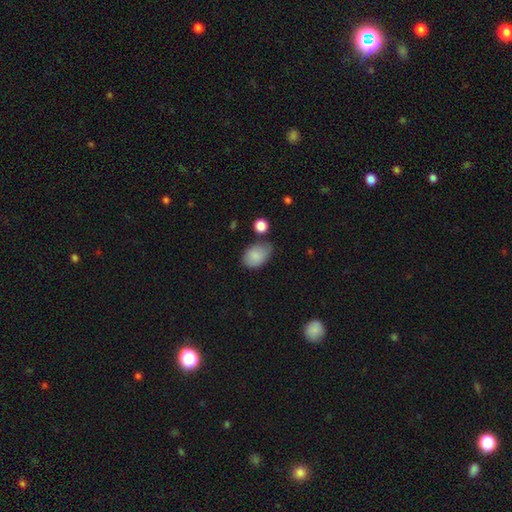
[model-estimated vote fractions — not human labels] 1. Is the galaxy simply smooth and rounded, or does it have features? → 85% smooth, 8% star or artifact, 8% featured or disk.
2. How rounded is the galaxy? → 83% in between, 16% round, 1% cigar-shaped.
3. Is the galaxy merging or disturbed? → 58% none, 30% minor disturbance, 7% major disturbance, 6% merger.